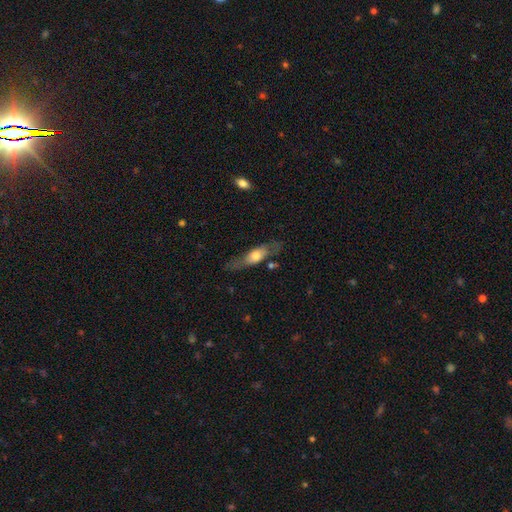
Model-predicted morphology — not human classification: type=smooth (48%); merging=none (63%).